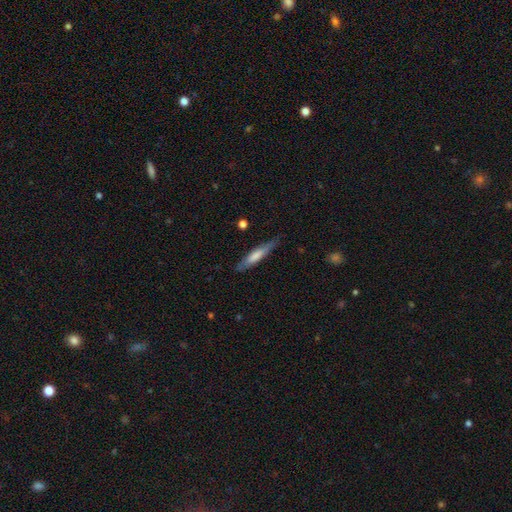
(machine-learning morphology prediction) smooth 62%, featured or disk 32%, star or artifact 5%. Down the decision tree: how rounded — cigar-shaped (85%); merging — none (78%).